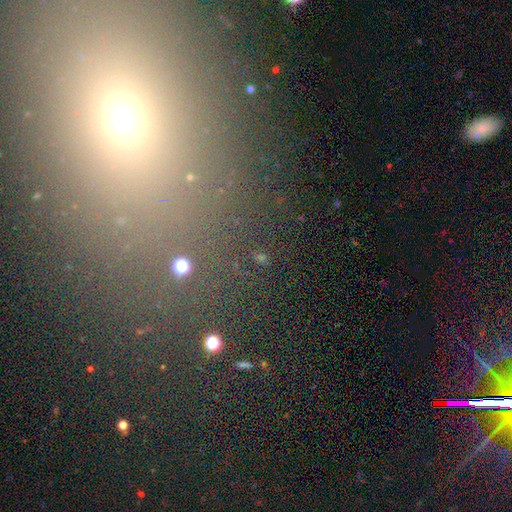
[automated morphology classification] Smooth or featured? star or artifact (54%)